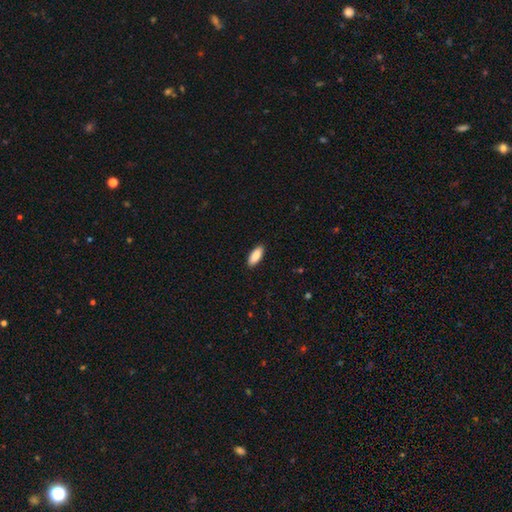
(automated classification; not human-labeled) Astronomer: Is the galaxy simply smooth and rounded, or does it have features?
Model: smooth — 89%.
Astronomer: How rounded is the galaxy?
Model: in between — 80%.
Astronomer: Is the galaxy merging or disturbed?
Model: none — 90%.